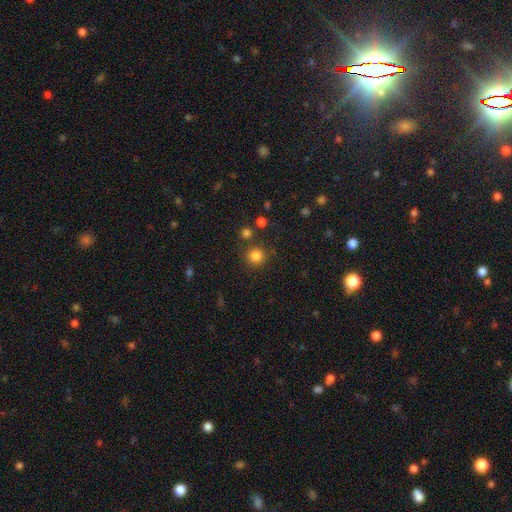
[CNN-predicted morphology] smooth_or_featured: smooth (p=0.83) [alt: star or artifact p=0.13]
how_rounded: round (p=0.93) [alt: in between p=0.06]
merging: none (p=0.83) [alt: minor disturbance p=0.08]